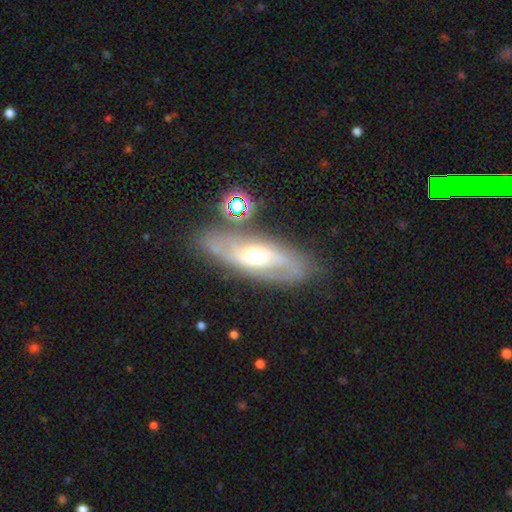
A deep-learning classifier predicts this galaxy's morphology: Smooth or featured? Predicted: featured or disk (p=0.70). Edge-on disk? Predicted: no (p=0.81). Bar? Predicted: no (p=0.57). Spiral arms? Predicted: yes (p=0.76). Bulge size? Predicted: moderate (p=0.64). Merging? Predicted: none (p=0.74).